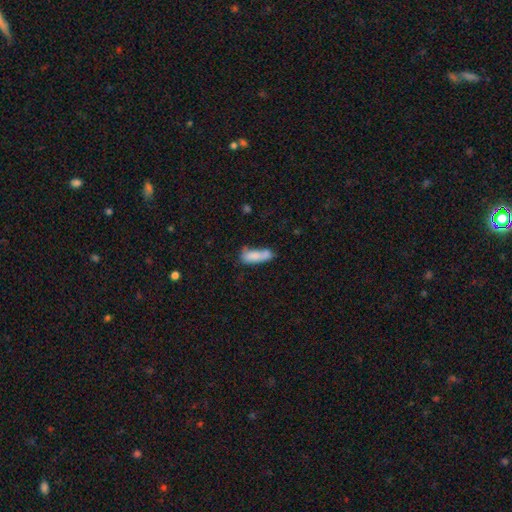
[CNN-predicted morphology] Smooth or featured? smooth (78%)
How rounded? in between (63%)
Merging? none (36%)